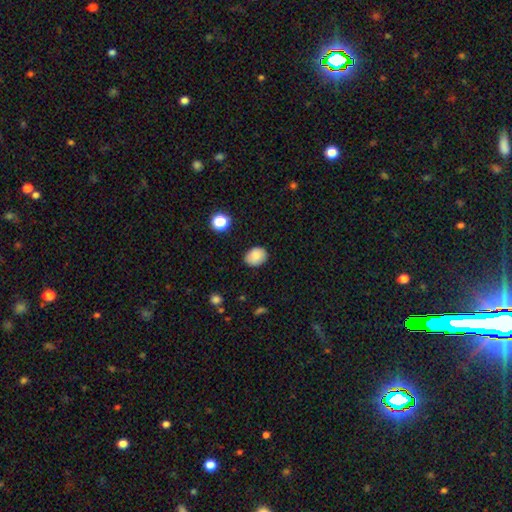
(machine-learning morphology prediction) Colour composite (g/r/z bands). It shows a smooth galaxy with no disk features (83%) that is in between round and cigar-shaped (50%). Merging: none (82%).